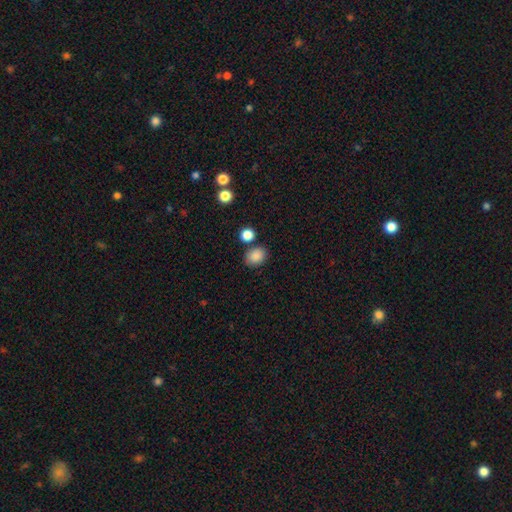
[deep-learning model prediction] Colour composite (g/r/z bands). It shows a smooth galaxy with no disk features (87%) that is in between round and cigar-shaped (55%). Merging: none (77%).